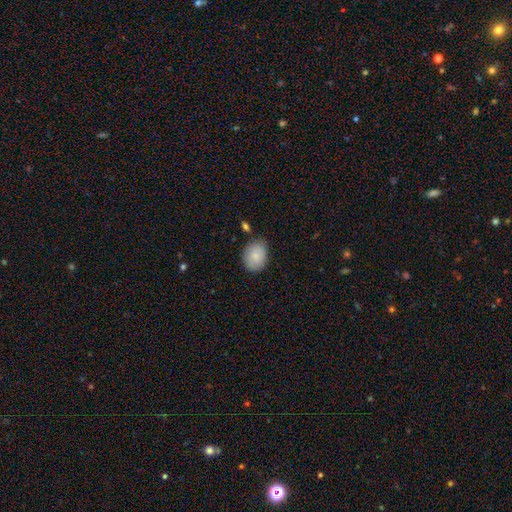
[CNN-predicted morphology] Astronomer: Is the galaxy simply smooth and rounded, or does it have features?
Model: smooth — 85%.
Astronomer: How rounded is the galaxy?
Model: in between — 60% (runner-up: round, 39%).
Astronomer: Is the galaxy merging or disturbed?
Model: none — 74%.